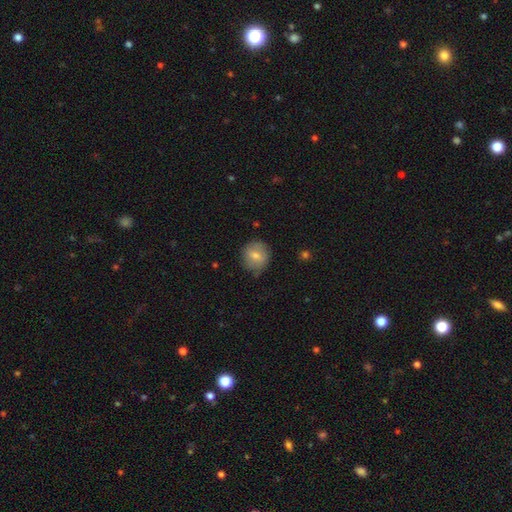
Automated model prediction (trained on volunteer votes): smooth_or_featured: smooth (p=0.72) [alt: featured or disk p=0.20]
how_rounded: round (p=0.86) [alt: in between p=0.13]
merging: none (p=0.80) [alt: minor disturbance p=0.15]